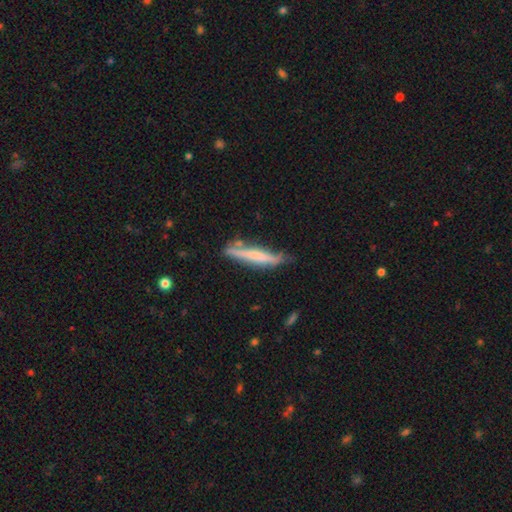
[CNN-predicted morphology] This appears to be a smooth galaxy with no disk features (52%) that is cigar-shaped (92%). Merging: none (65%).